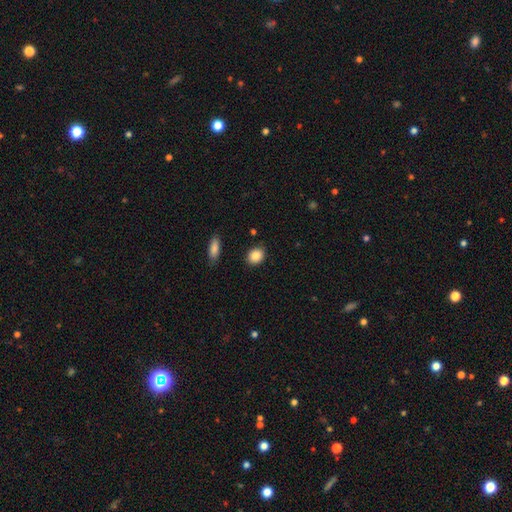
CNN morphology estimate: smooth 87%, star or artifact 8%, featured or disk 5%. Down the decision tree: how rounded — round (54%); merging — none (87%).